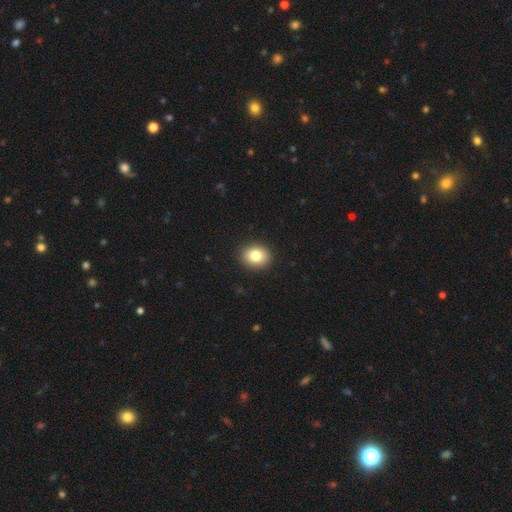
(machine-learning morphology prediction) The model was most divided on "how rounded": round: 61%, in between: 38%, cigar-shaped: 1%. More confident: merging — none (91%); smooth or featured — smooth (81%).